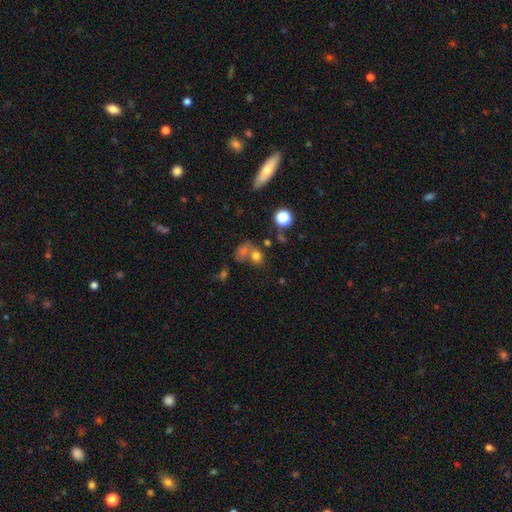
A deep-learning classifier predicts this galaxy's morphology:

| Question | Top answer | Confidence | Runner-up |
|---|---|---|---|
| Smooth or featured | smooth | 70% | star or artifact (18%) |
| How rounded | round | 63% | in between (35%) |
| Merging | merger | 42% | none (41%) |